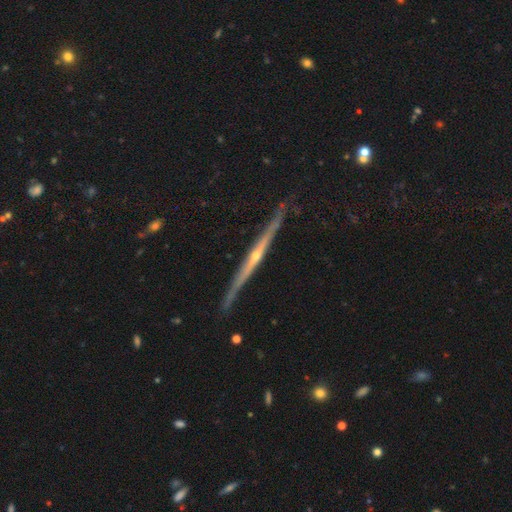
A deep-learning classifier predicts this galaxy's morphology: A featured or disk galaxy (84%) viewed edge-on (98%) with a rounded central bulge (72%). Merging: none (87%).